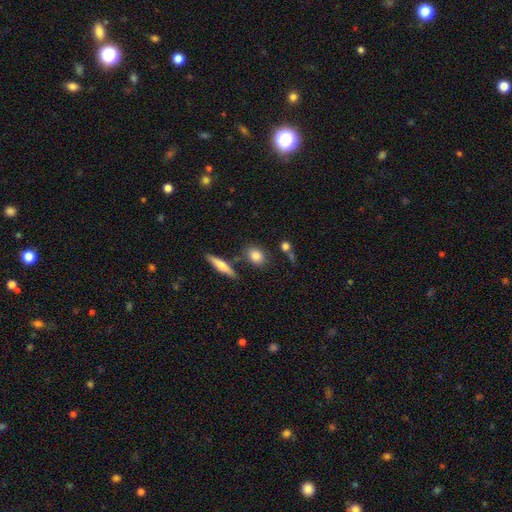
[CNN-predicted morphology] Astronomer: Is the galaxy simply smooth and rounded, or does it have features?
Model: smooth — 82%.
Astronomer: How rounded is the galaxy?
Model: in between — 47%, tied with round at 47%.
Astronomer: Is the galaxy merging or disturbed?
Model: none — 76%.